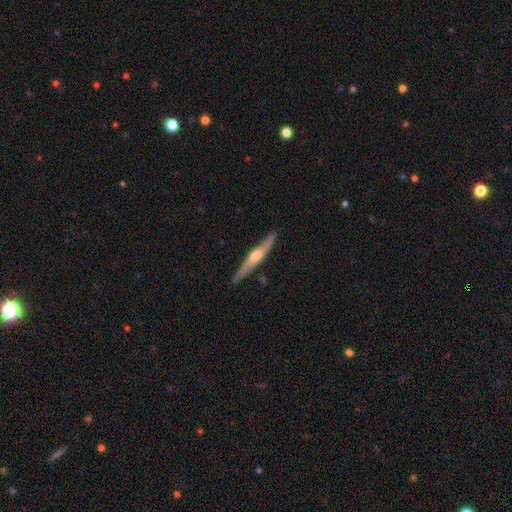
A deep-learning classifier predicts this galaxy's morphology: Smooth or featured? featured or disk (74%)
Edge-on disk? yes (96%)
Edge-on bulge? rounded (89%)
Merging? none (88%)